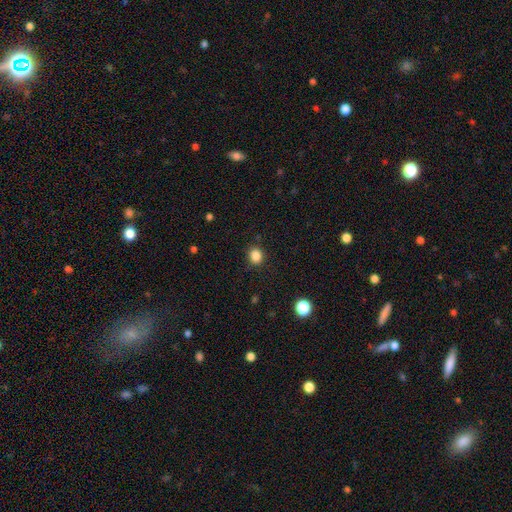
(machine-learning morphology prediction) Smooth or featured?
  - smooth: 86% *
  - star or artifact: 11%
  - featured or disk: 3%
How rounded?
  - round: 68% *
  - in between: 31%
  - cigar-shaped: 1%
Merging?
  - none: 87% *
  - minor disturbance: 9%
  - major disturbance: 3%
  - merger: 1%